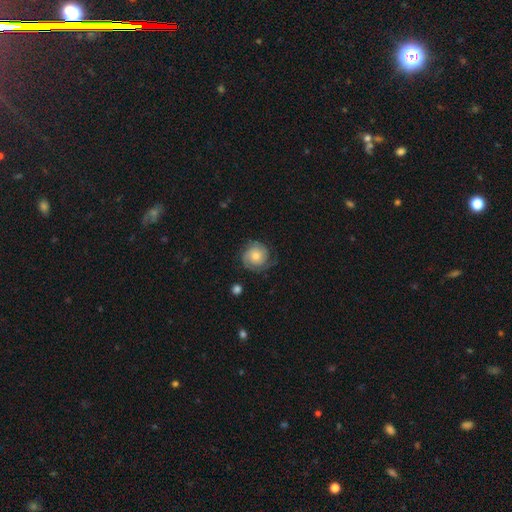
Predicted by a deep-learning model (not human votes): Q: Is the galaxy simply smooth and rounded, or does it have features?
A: featured or disk — 70%.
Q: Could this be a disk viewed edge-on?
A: no — 98%.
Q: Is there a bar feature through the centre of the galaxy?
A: no — 78%.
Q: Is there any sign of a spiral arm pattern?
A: yes — 94%.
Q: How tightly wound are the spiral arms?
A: tight — 63%.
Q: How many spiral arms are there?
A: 2 — 58%.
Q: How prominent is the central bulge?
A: moderate — 54%.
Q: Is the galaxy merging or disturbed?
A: none — 75%.